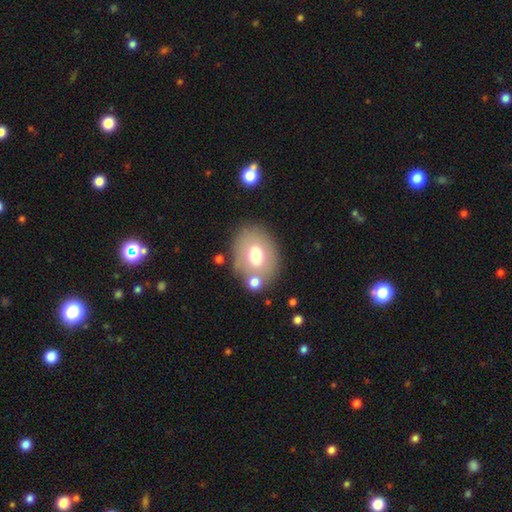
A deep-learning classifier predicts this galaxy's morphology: Smooth or featured? smooth (66%)
How rounded? in between (65%)
Merging? none (69%)